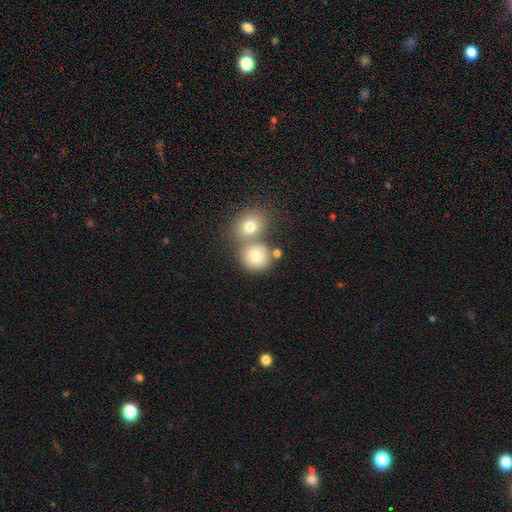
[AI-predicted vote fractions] Morphology: type=smooth (78%); roundness=round (76%); merging=none (48%).